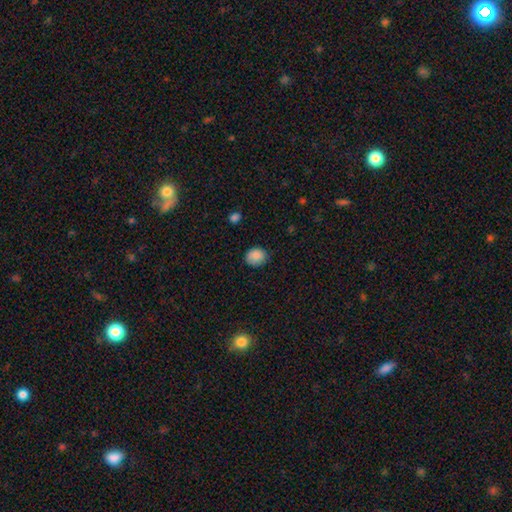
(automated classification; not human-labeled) smooth 86%, star or artifact 9%, featured or disk 5%. Down the decision tree: how rounded — round (69%); merging — none (79%).